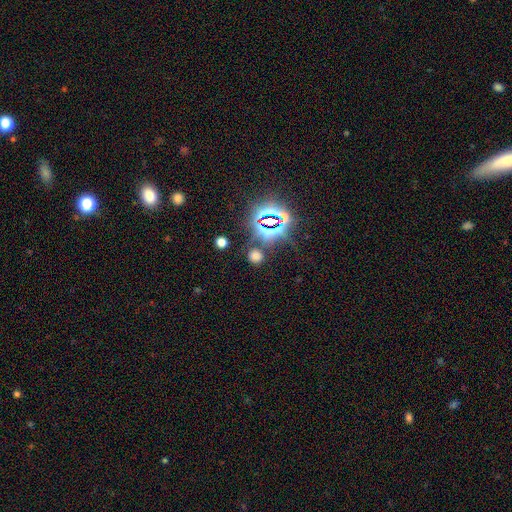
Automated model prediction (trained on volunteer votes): Overall: smooth (55%; star or artifact 39%). How rounded: round (84%). Merging: none (81%).